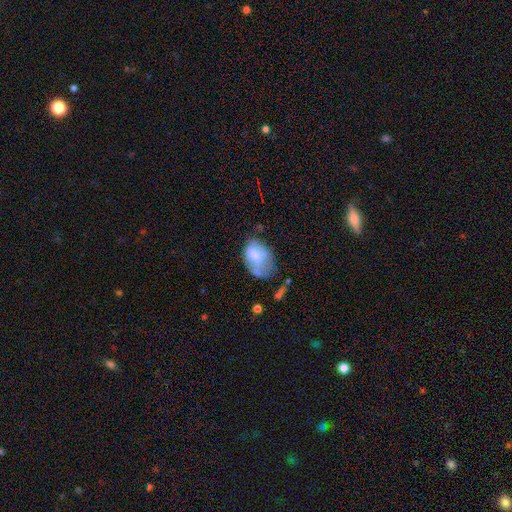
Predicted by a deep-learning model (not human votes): smooth-or-featured: smooth: 59% | featured or disk: 33% | star or artifact: 8%
  how-rounded: in between: 82% | round: 17% | cigar-shaped: 1%
  merging: minor disturbance: 34% (tied) | none: 34% (tied) | major disturbance: 24% | merger: 8%